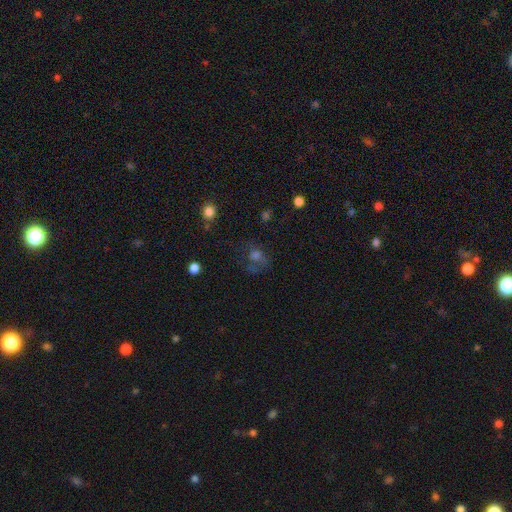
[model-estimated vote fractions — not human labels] Smooth or featured? Predicted: smooth (p=0.46). Merging? Predicted: none (p=0.44).